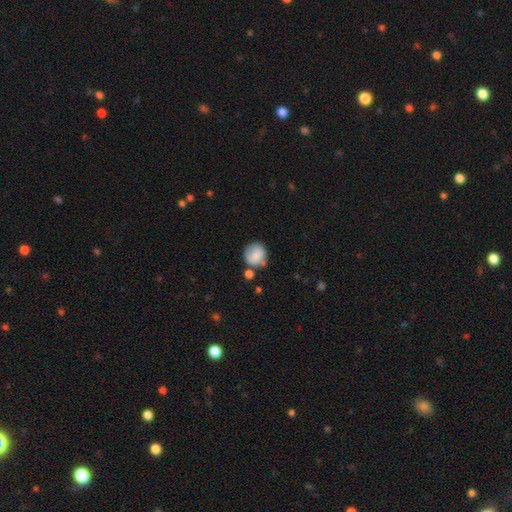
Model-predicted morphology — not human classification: Smooth or featured?
  - smooth: 81% *
  - featured or disk: 11%
  - star or artifact: 8%
How rounded?
  - round: 80% *
  - in between: 19%
  - cigar-shaped: 1%
Merging?
  - none: 58% *
  - minor disturbance: 23%
  - merger: 12%
  - major disturbance: 8%